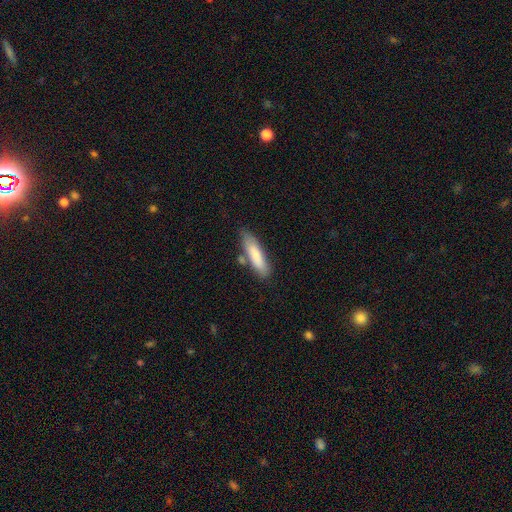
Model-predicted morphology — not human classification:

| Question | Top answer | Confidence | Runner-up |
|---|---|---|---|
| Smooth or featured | smooth | 79% | featured or disk (15%) |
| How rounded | cigar-shaped | 67% | in between (31%) |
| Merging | none | 69% | minor disturbance (17%) |